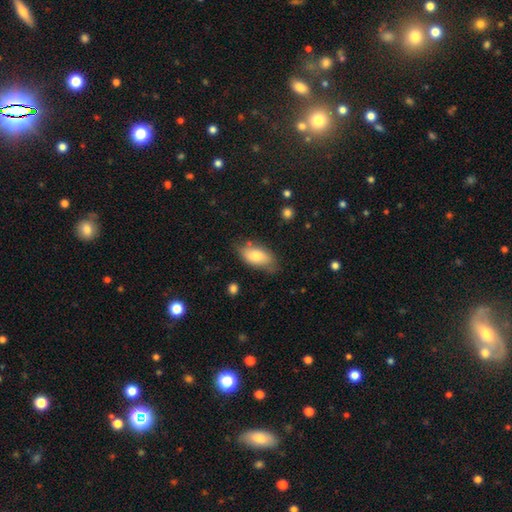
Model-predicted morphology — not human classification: smooth 76%, featured or disk 18%, star or artifact 7%. Down the decision tree: how rounded — in between (92%); merging — none (66%).